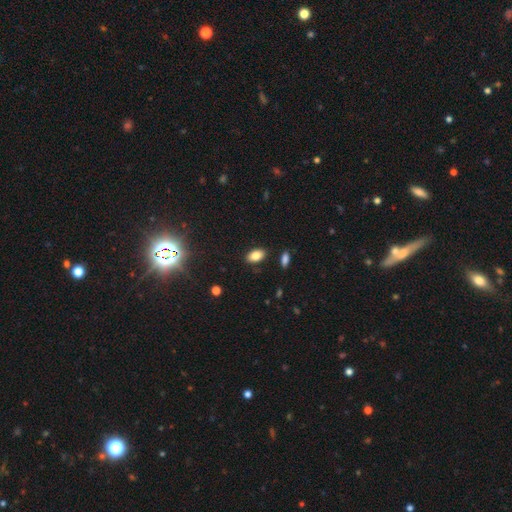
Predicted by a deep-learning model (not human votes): Smooth or featured?
  - smooth: 83% *
  - star or artifact: 9%
  - featured or disk: 8%
How rounded?
  - in between: 92% *
  - round: 6%
  - cigar-shaped: 2%
Merging?
  - none: 86% *
  - minor disturbance: 9%
  - merger: 2%
  - major disturbance: 2%